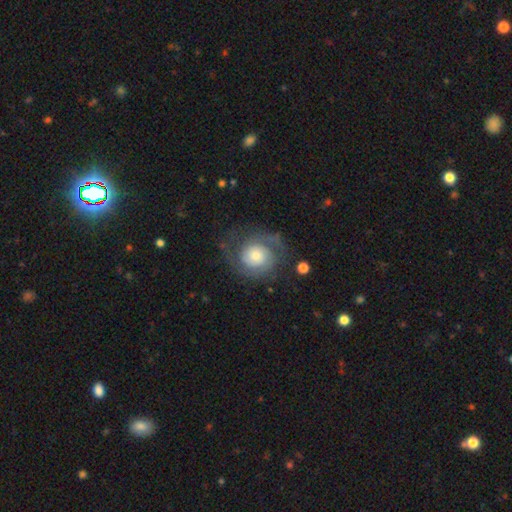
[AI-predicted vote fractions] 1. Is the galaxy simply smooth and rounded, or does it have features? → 74% featured or disk, 19% smooth, 7% star or artifact.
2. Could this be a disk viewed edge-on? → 98% no, 2% yes.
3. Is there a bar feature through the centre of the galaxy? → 78% no, 19% weak, 3% strong.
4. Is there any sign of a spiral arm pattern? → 91% yes, 9% no.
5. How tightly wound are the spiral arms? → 49% tight, 37% medium, 14% loose.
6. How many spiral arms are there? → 75% 2, 12% can't tell, 5% 3, 4% 1, 2% 4, 2% more than 4.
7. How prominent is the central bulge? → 46% moderate, 29% small, 19% large, 3% dominant, 2% none.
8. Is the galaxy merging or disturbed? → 70% none, 16% minor disturbance, 12% major disturbance, 2% merger.